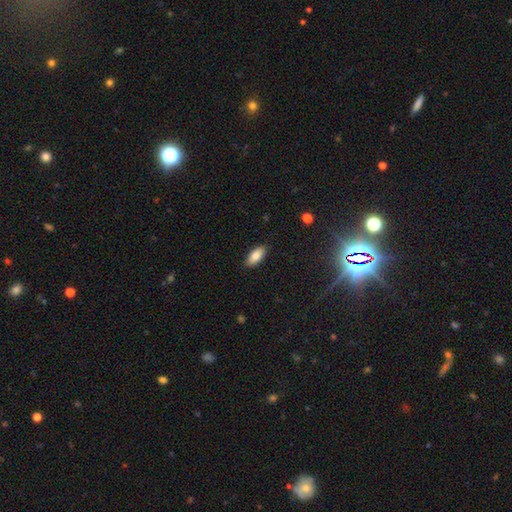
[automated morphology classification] Smooth or featured?
  - smooth: 85% *
  - featured or disk: 8%
  - star or artifact: 7%
How rounded?
  - in between: 86% *
  - cigar-shaped: 12%
  - round: 2%
Merging?
  - none: 87% *
  - minor disturbance: 10%
  - major disturbance: 2%
  - merger: 1%